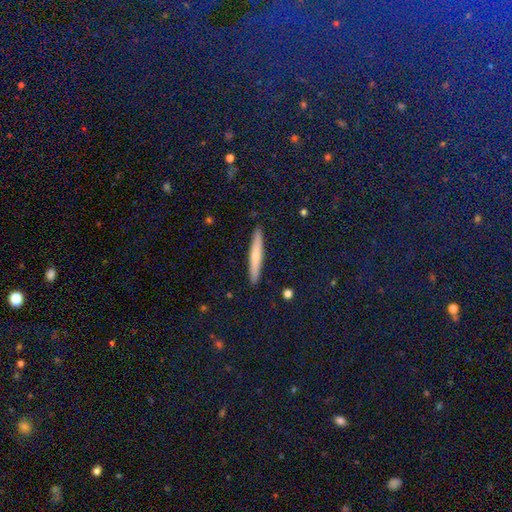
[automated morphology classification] smooth 54%, featured or disk 38%, star or artifact 8%. Down the decision tree: how rounded — cigar-shaped (94%); merging — none (91%).